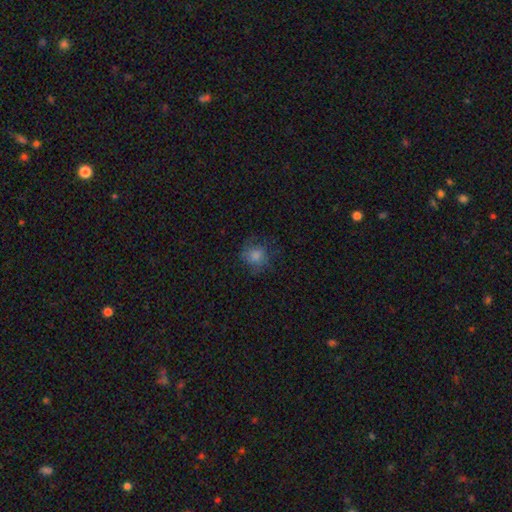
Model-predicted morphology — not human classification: Overall: smooth (78%). How rounded: round (84%). Merging: none (69%).